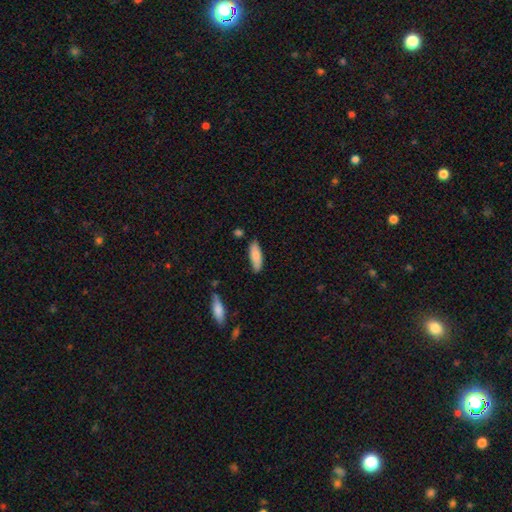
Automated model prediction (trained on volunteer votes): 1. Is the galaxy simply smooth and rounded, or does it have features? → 83% smooth, 11% featured or disk, 6% star or artifact.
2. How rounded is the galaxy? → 59% in between, 39% cigar-shaped, 2% round.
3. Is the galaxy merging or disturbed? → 81% none, 14% minor disturbance, 3% merger, 2% major disturbance.